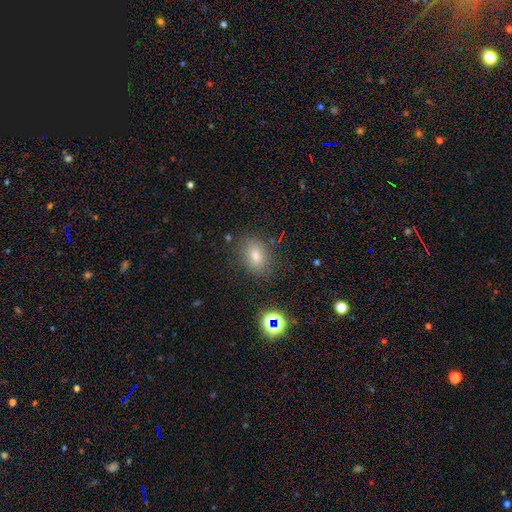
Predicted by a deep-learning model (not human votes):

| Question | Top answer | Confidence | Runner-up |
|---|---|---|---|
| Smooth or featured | smooth | 70% | star or artifact (19%) |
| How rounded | in between | 71% | round (27%) |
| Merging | none | 80% | minor disturbance (13%) |